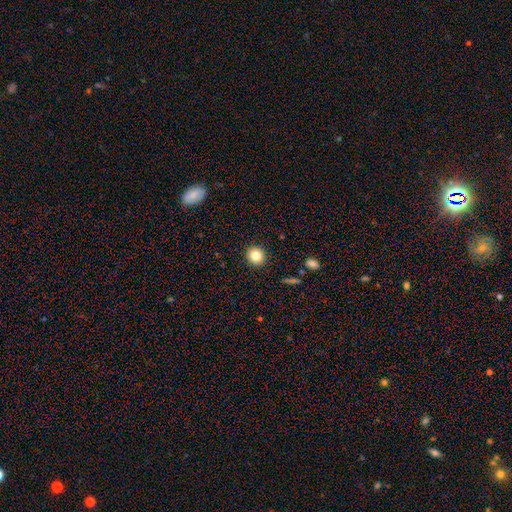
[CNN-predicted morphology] Smooth or featured?
  - smooth: 83% *
  - star or artifact: 10%
  - featured or disk: 7%
How rounded?
  - round: 88% *
  - in between: 11%
  - cigar-shaped: 1%
Merging?
  - none: 92% *
  - minor disturbance: 5%
  - major disturbance: 2%
  - merger: 1%